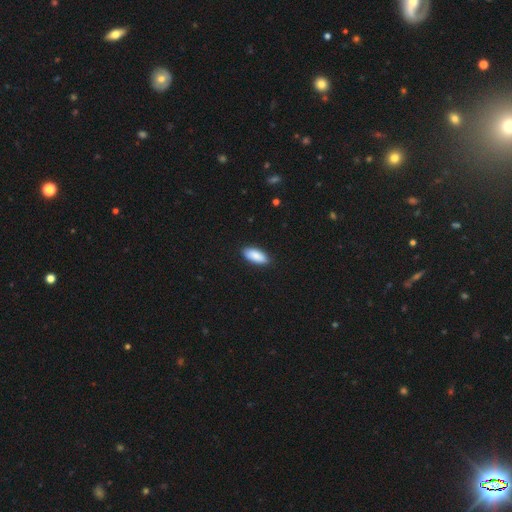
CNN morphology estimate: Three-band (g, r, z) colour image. It shows a smooth galaxy with no disk features (89%) that is in between round and cigar-shaped (86%). Merging: none (88%).